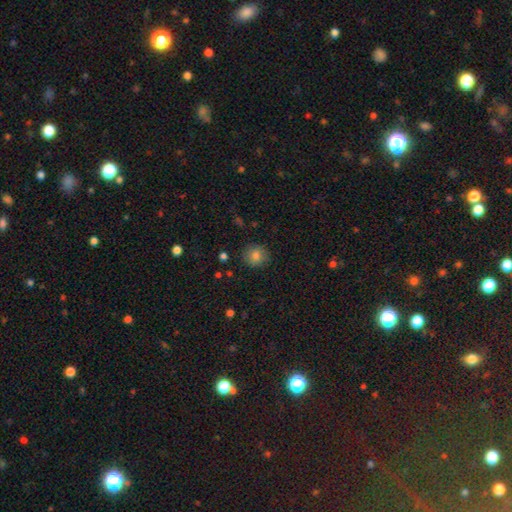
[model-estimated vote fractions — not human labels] This is clearly a smooth galaxy (82%). How rounded: clearly round (83%). Merging: clearly none (87%).